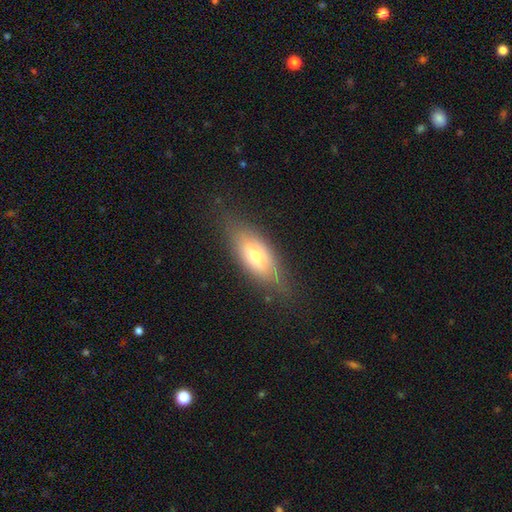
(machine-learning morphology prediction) smooth 58%, featured or disk 33%, star or artifact 9%. Down the decision tree: how rounded — in between (75%); merging — none (74%).